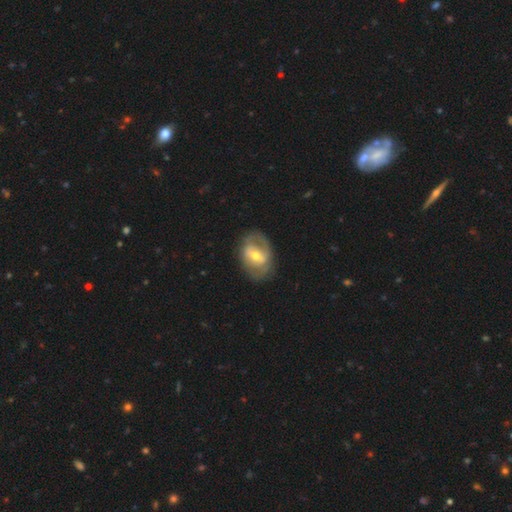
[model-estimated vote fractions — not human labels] Overall: featured or disk (67%). Edge-on disk: no (95%). Bar: weak (44%; strong 31%). Spiral arms: yes (64%; no 36%). Bulge size: moderate (67%). Merging: none (71%).